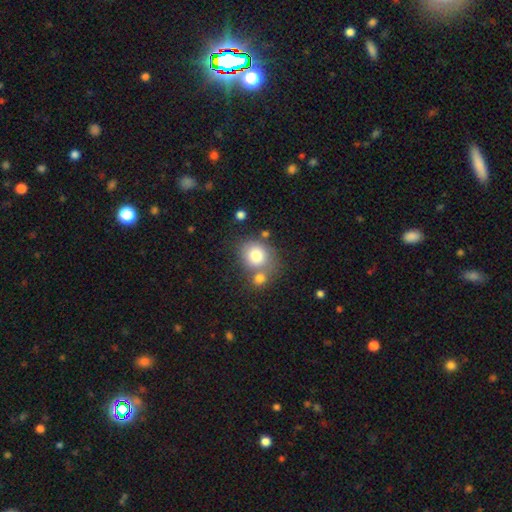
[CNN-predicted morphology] smooth-or-featured: smooth: 78% | featured or disk: 12% | star or artifact: 10%
  how-rounded: round: 75% | in between: 24% | cigar-shaped: 1%
  merging: none: 48% | merger: 35% | minor disturbance: 12% | major disturbance: 5%